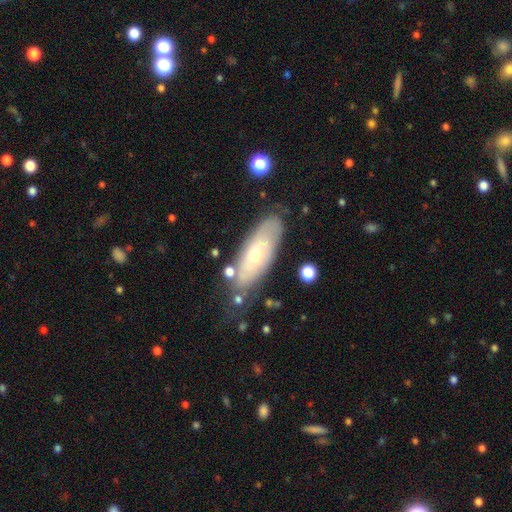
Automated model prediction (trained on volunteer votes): A featured or disk galaxy (54%). Merging: none (69%).